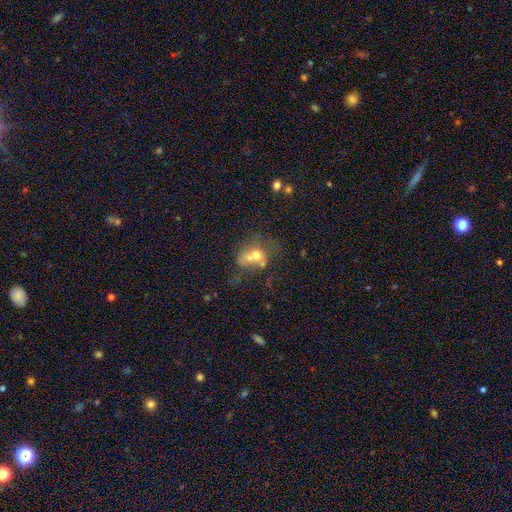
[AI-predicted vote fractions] The model was most divided on "how rounded": round: 56%, in between: 42%, cigar-shaped: 1%. More confident: merging — merger (54%); smooth or featured — smooth (54%).